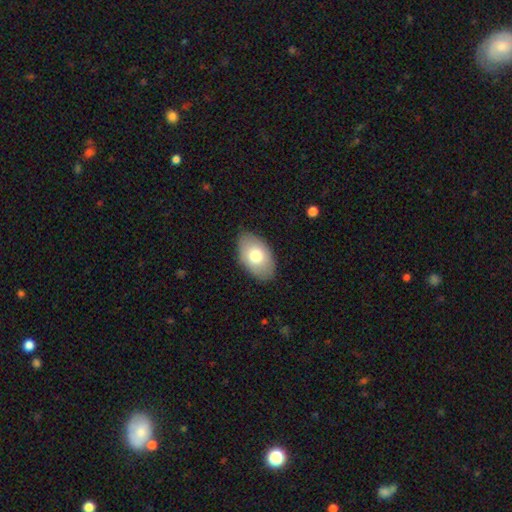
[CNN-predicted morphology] The model was most divided on "smooth or featured": smooth: 75%, featured or disk: 19%, star or artifact: 6%. More confident: how rounded — in between (93%); merging — none (83%).